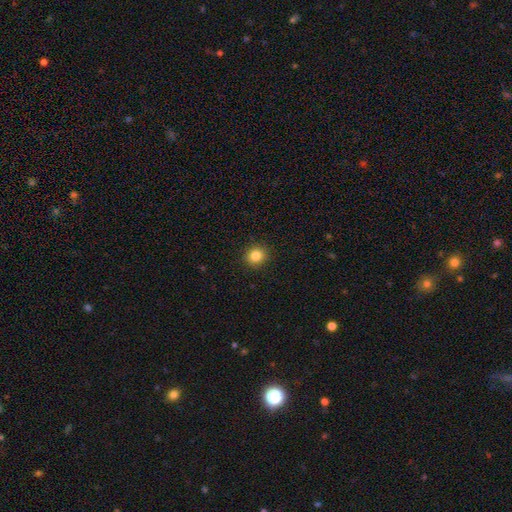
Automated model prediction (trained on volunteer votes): Smooth or featured? Predicted: smooth (p=0.84). How rounded? Predicted: round (p=0.85). Merging? Predicted: none (p=0.91).